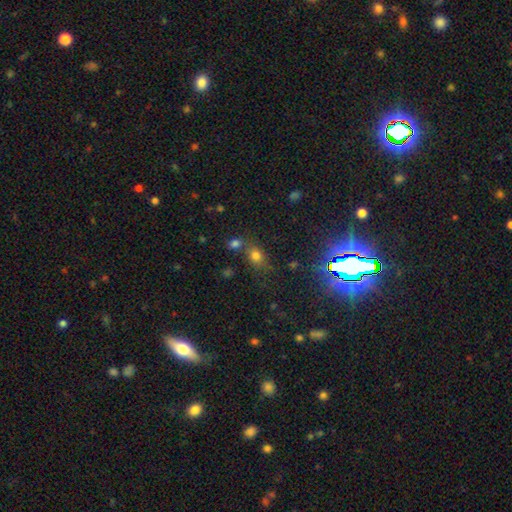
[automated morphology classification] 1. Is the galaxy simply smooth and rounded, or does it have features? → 72% smooth, 20% star or artifact, 9% featured or disk.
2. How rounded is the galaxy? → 49% in between (tied), 49% round (tied), 2% cigar-shaped.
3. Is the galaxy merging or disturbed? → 58% none, 22% merger, 14% minor disturbance, 6% major disturbance.